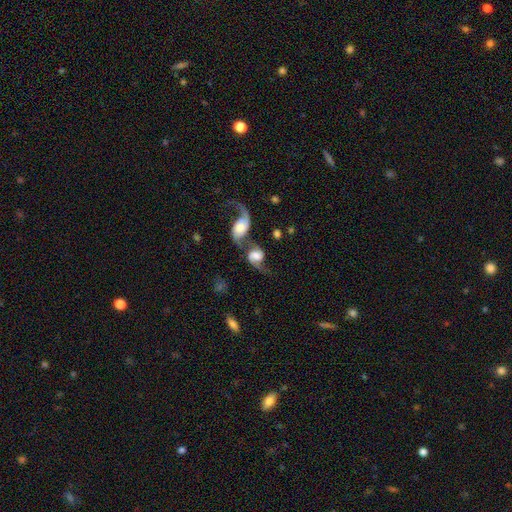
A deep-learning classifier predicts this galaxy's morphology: featured or disk 64%, smooth 28%, star or artifact 8%. Down the decision tree: edge-on disk — no (94%); bar — no (49%); spiral arms — yes (89%); spiral arm count — 2 (71%); spiral winding — loose (76%); bulge size — large (33%); merging — merger (64%).